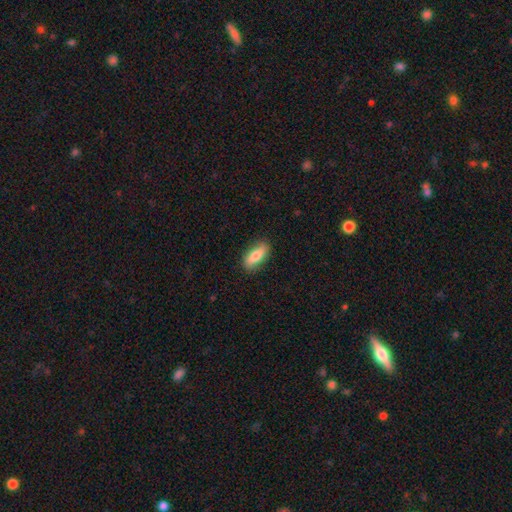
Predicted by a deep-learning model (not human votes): Morphology: type=smooth (72%); roundness=in between (75%); merging=none (85%).